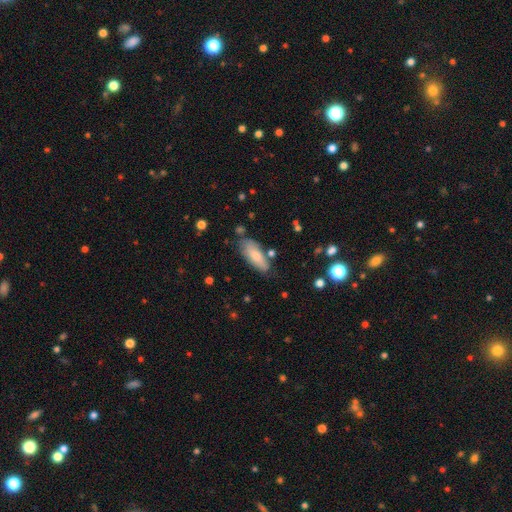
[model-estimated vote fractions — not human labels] A smooth galaxy with no disk features (77%) that is in between round and cigar-shaped (72%). Merging: none (72%).